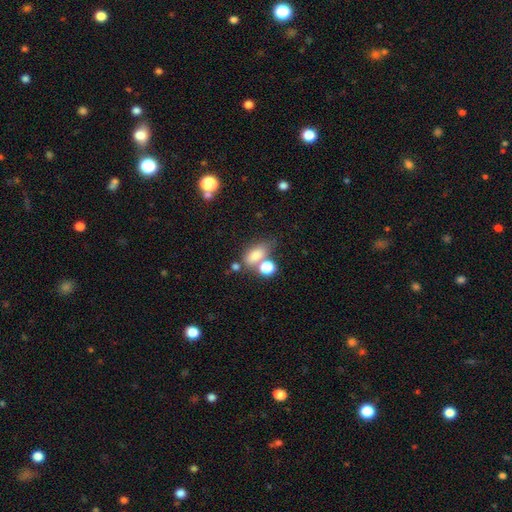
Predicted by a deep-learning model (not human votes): Q: Smooth or featured?
A: smooth (75%); runner-up: featured or disk (13%)
Q: How rounded?
A: in between (78%); runner-up: round (14%)
Q: Merging?
A: none (46%); runner-up: merger (31%)